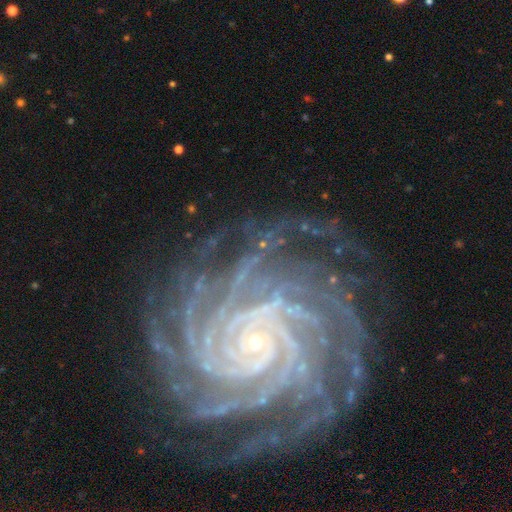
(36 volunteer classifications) Smooth or featured? 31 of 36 (86%) said featured or disk. Edge-on disk? 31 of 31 (100%) said no. Bar? 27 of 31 (87%) said no. Spiral arms? 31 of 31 (100%) said yes. Spiral winding? 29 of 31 (94%) said tight. Spiral arm count? 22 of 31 (71%) said more than 4. Bulge size? 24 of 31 (77%) said small. Merging? 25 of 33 (76%) said none.